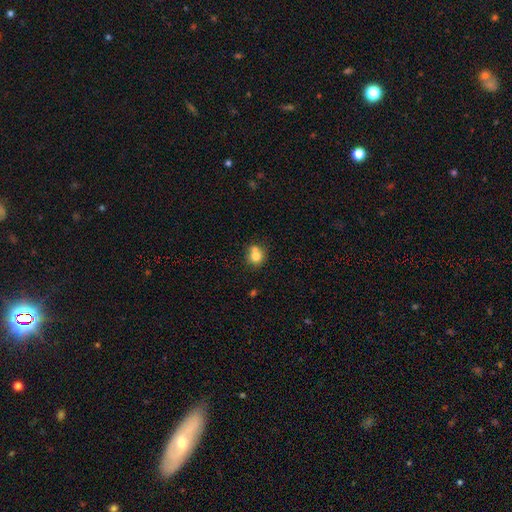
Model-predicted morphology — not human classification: smooth 74%, featured or disk 15%, star or artifact 11%. Down the decision tree: how rounded — round (80%); merging — none (45%).